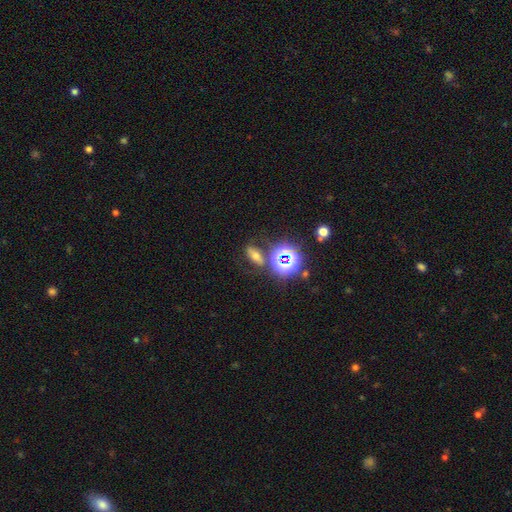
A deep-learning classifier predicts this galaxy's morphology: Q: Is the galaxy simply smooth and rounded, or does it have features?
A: smooth — 45%.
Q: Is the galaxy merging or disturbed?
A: none — 74%.